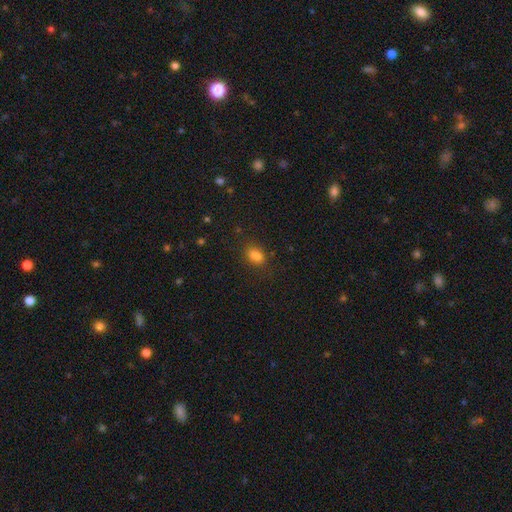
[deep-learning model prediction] This is likely a smooth galaxy (78%). How rounded: likely in between (75%). Merging: likely none (65%).